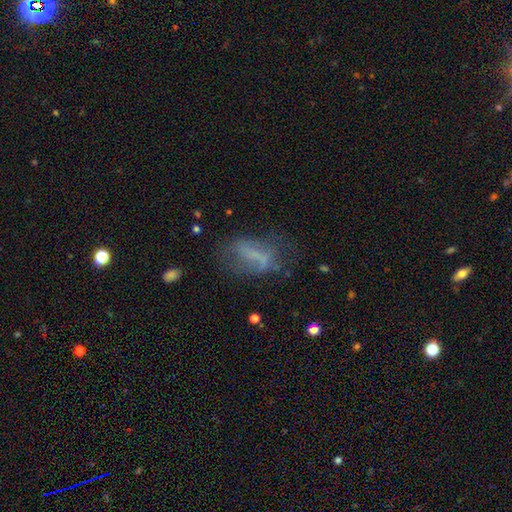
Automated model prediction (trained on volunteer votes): smooth-or-featured: smooth: 45% | featured or disk: 40% | star or artifact: 15%
  merging: none: 44% | major disturbance: 26% | minor disturbance: 25% | merger: 6%